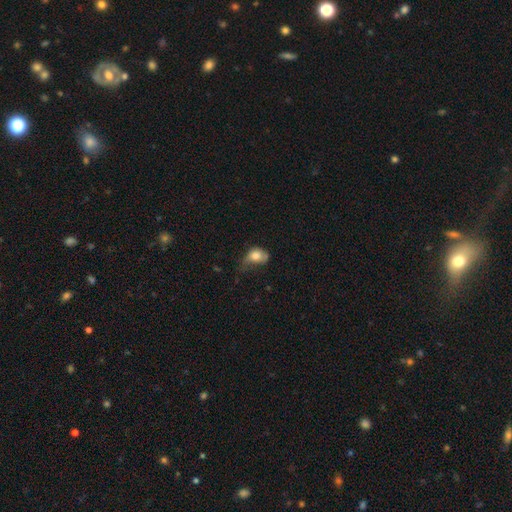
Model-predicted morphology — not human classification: Smooth or featured? smooth (75%)
How rounded? in between (64%)
Merging? minor disturbance (38%)